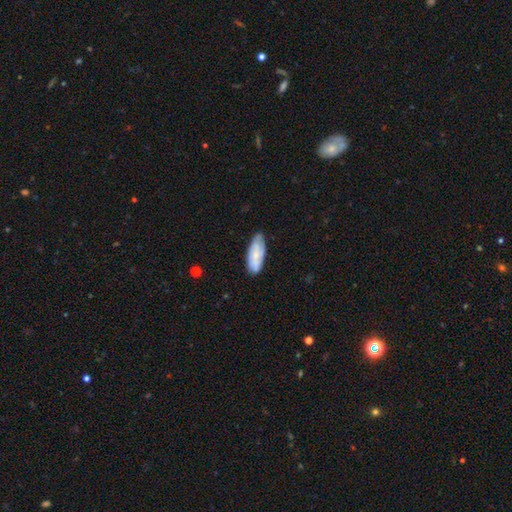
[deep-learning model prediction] smooth_or_featured: smooth (p=0.58) [alt: featured or disk p=0.36]
how_rounded: in between (p=0.77) [alt: cigar-shaped p=0.21]
merging: none (p=0.72) [alt: minor disturbance p=0.23]